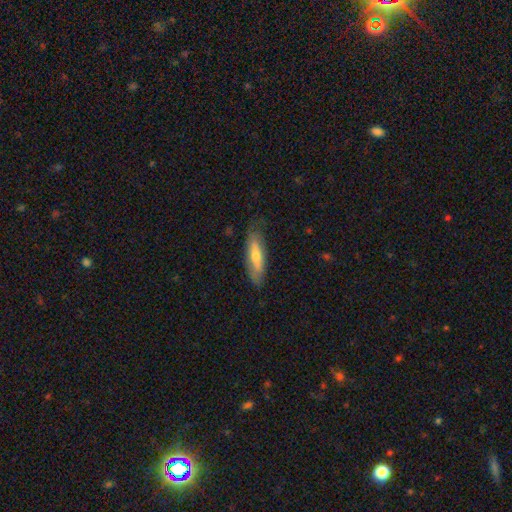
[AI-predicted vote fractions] Morphology: type=smooth (57%); roundness=cigar-shaped (56%); merging=none (75%).